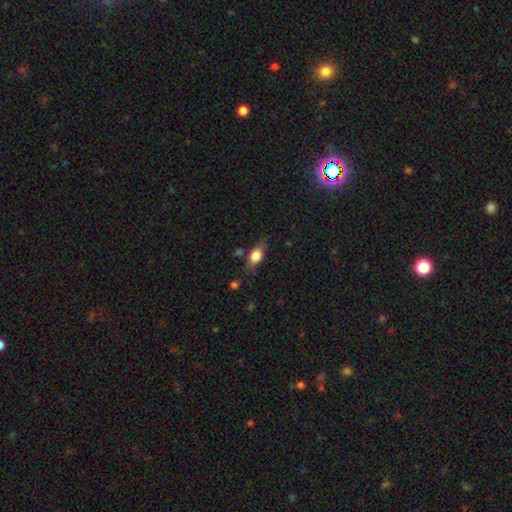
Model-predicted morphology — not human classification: The model was most divided on "merging": none: 67%, minor disturbance: 23%, major disturbance: 7%, merger: 3%. More confident: how rounded — in between (77%); smooth or featured — smooth (75%).